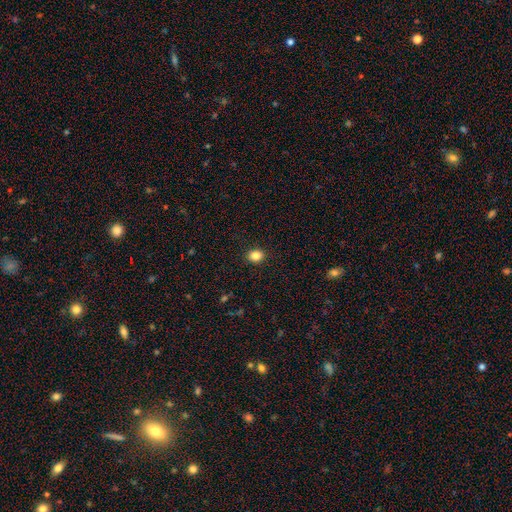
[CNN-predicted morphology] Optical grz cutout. It shows a smooth galaxy with no disk features (85%) that is round (66%). Merging: none (91%).